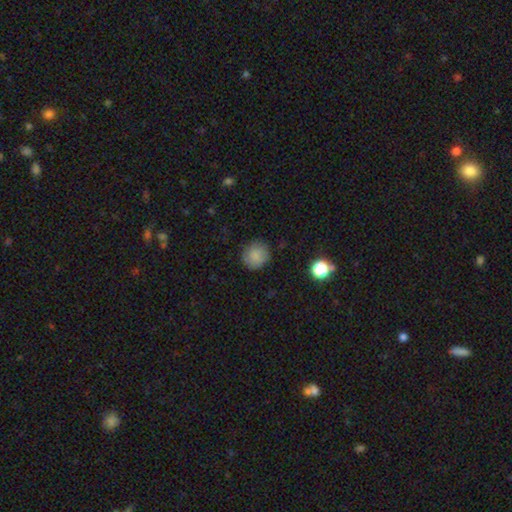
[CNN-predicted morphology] This appears to be a smooth galaxy with no disk features (84%) that is round (89%). Merging: none (83%).